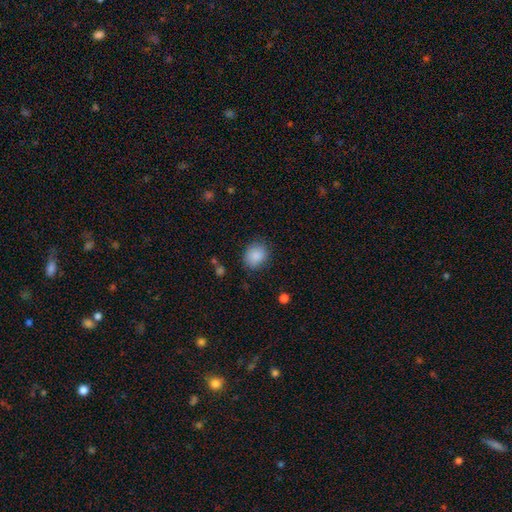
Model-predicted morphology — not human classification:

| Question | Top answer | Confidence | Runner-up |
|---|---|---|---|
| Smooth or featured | smooth | 88% | star or artifact (8%) |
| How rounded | round | 63% | in between (37%) |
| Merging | none | 81% | minor disturbance (13%) |